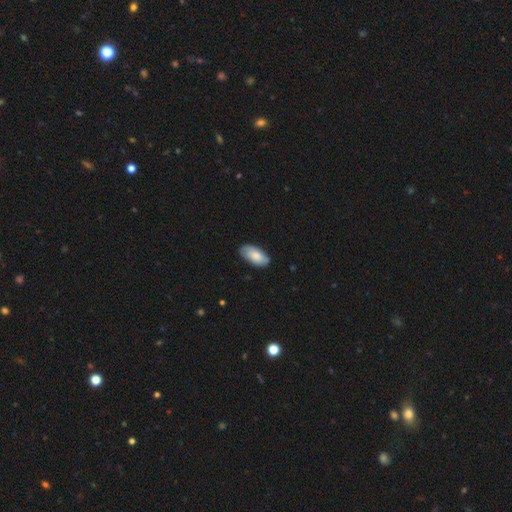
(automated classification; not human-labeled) Overall: smooth (69%). How rounded: in between (93%). Merging: none (77%).